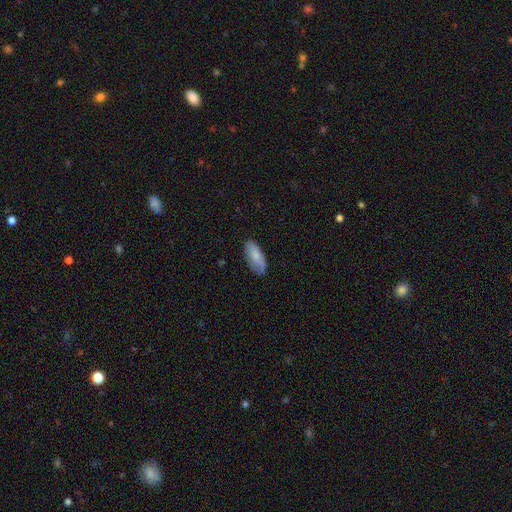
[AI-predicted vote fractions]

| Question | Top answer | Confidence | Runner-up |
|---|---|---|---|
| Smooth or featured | smooth | 80% | featured or disk (14%) |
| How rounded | in between | 84% | cigar-shaped (14%) |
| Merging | none | 78% | minor disturbance (18%) |